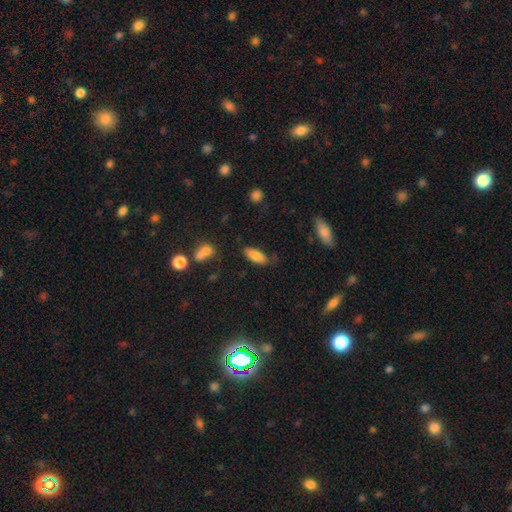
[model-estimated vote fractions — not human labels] Smooth or featured?
  - smooth: 82% *
  - featured or disk: 10%
  - star or artifact: 7%
How rounded?
  - in between: 80% *
  - cigar-shaped: 18%
  - round: 2%
Merging?
  - none: 66% *
  - minor disturbance: 24%
  - major disturbance: 6%
  - merger: 3%